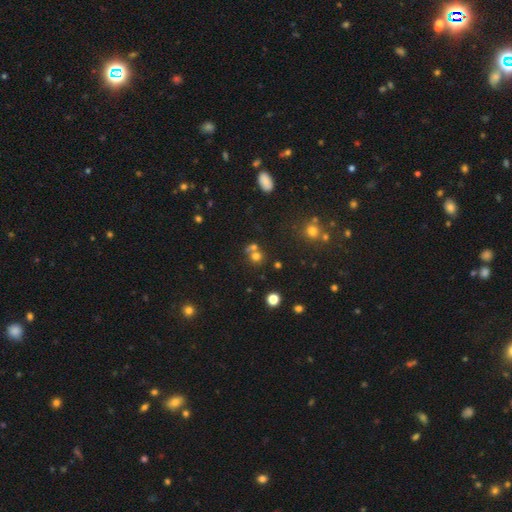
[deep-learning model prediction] The model was most divided on "merging": none: 47%, merger: 42%, minor disturbance: 7%, major disturbance: 4%. More confident: how rounded — round (83%); smooth or featured — smooth (66%).